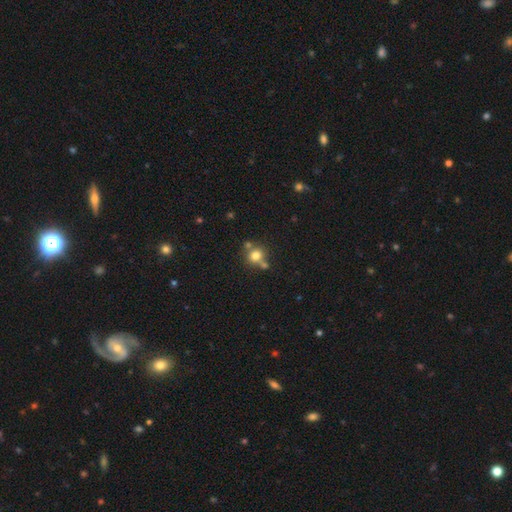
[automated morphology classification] A smooth galaxy with no disk features (75%) that is round (82%). Merging: none (57%).